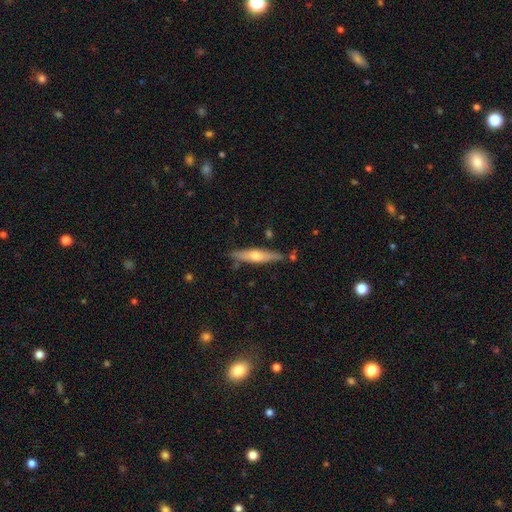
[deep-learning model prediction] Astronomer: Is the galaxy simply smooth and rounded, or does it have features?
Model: featured or disk — 47%, tied with smooth at 47%.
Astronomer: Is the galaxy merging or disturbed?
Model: none — 81%.